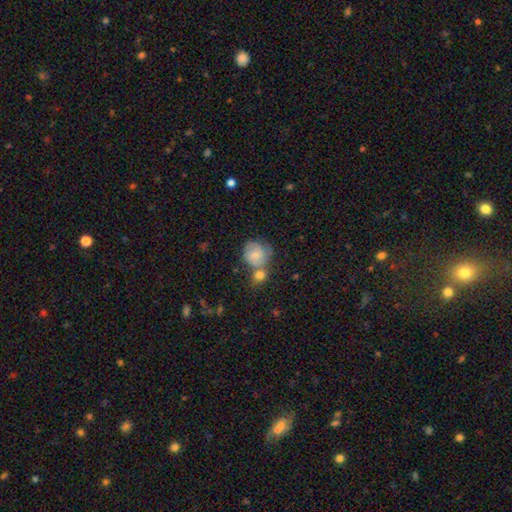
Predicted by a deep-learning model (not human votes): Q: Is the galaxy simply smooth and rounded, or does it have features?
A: smooth — 61%.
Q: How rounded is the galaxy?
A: round — 76%.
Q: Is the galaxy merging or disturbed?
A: none — 38%.